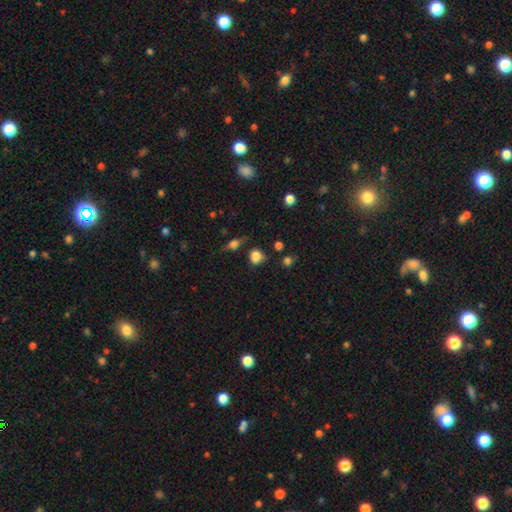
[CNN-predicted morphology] smooth 78%, star or artifact 13%, featured or disk 9%. Down the decision tree: how rounded — round (69%); merging — none (61%).